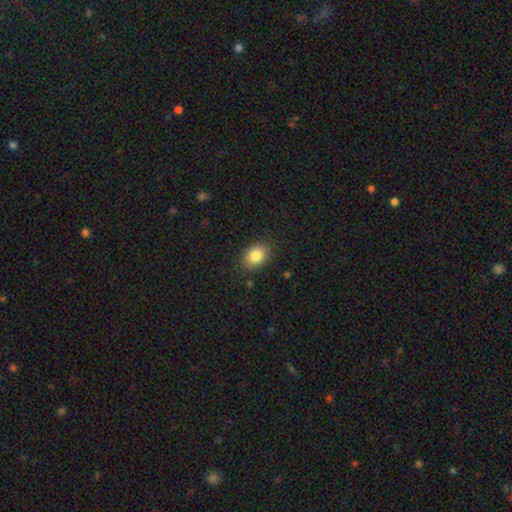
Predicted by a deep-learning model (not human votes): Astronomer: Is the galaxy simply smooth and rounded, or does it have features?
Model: smooth — 83%.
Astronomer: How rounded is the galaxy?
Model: in between — 70%.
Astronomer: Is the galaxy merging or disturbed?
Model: none — 85%.